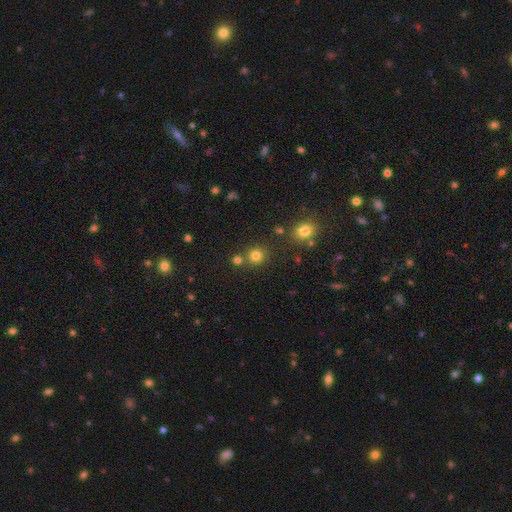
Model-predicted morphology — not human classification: The model was most divided on "smooth or featured": smooth: 77%, star or artifact: 17%, featured or disk: 6%. More confident: how rounded — round (89%); merging — none (76%).